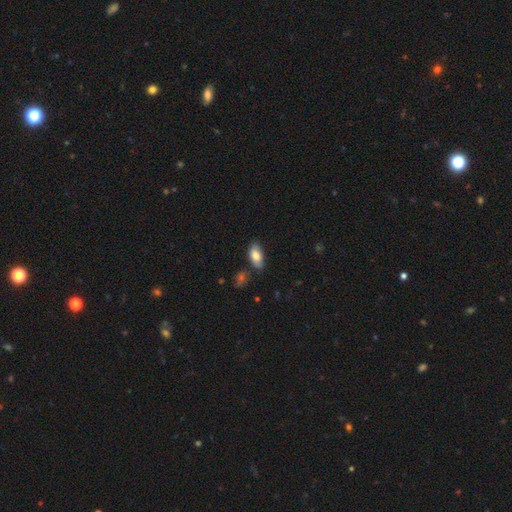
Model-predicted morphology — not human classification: A smooth galaxy with no disk features (81%) that is in between round and cigar-shaped (92%). Merging: none (70%).